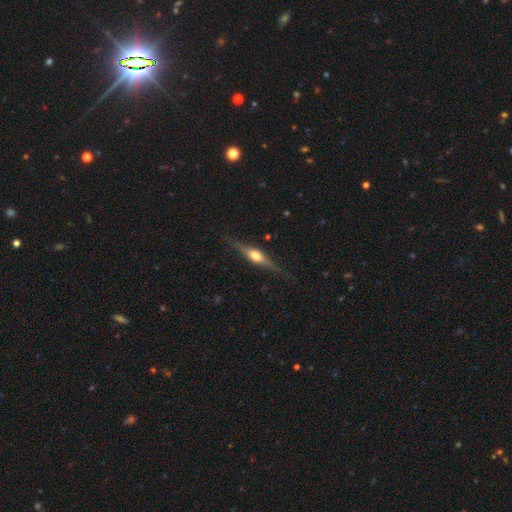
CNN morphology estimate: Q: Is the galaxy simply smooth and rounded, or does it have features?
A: featured or disk — 69%.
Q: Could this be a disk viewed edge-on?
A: yes — 96%.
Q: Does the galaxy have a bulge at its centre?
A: rounded — 90%.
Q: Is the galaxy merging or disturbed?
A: none — 82%.